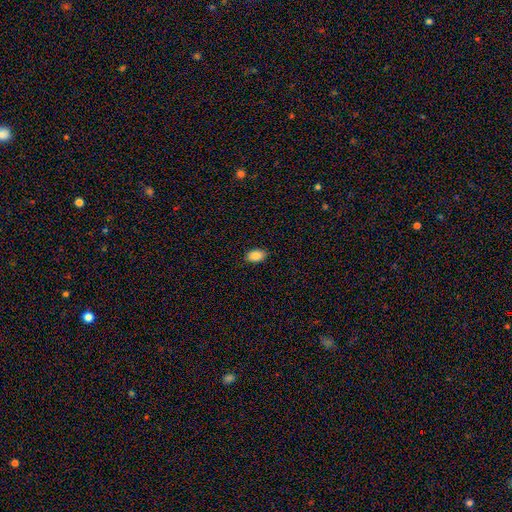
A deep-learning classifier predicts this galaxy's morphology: Smooth or featured: smooth — 88% (star or artifact — 8%)
How rounded: in between — 90% (round — 8%)
Merging: none — 87% (minor disturbance — 10%)